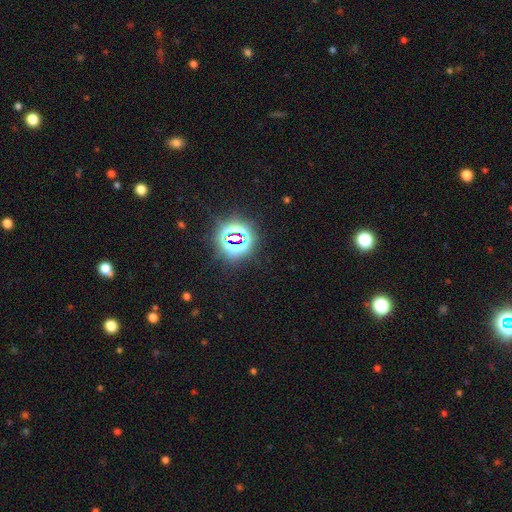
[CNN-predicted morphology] This is clearly a star or artifact rather than a galaxy (80%).